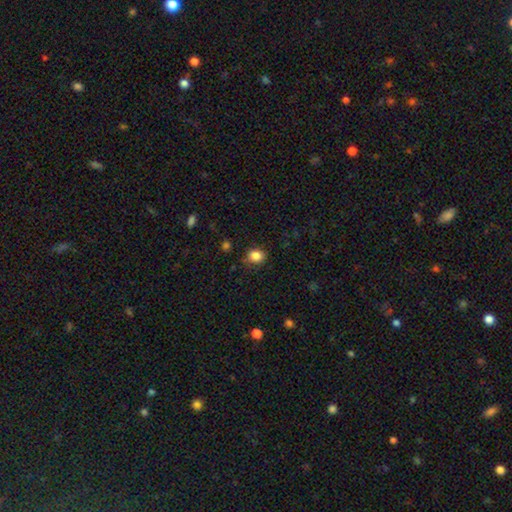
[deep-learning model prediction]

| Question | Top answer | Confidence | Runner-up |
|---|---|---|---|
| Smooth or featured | smooth | 85% | star or artifact (11%) |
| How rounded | round | 62% | in between (37%) |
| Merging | none | 79% | minor disturbance (16%) |